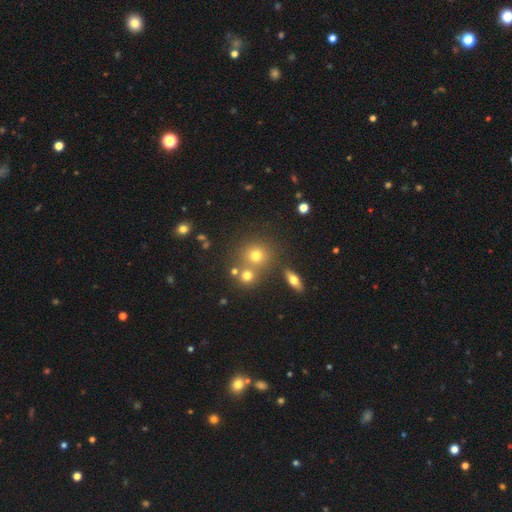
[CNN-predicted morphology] smooth 70%, star or artifact 16%, featured or disk 13%. Down the decision tree: how rounded — round (84%); merging — none (64%).